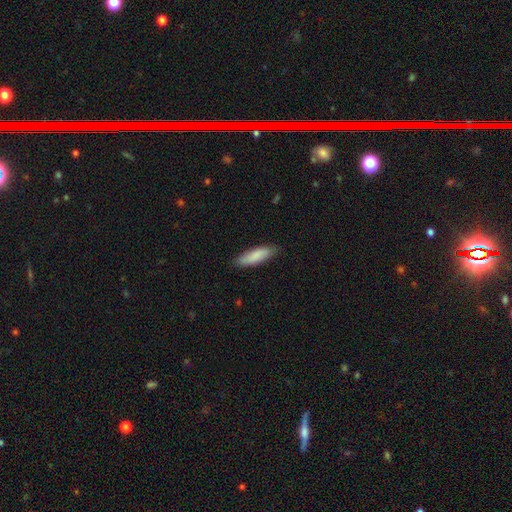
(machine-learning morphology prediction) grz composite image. It shows a smooth galaxy with no disk features (86%) that is cigar-shaped (60%). Merging: none (85%).